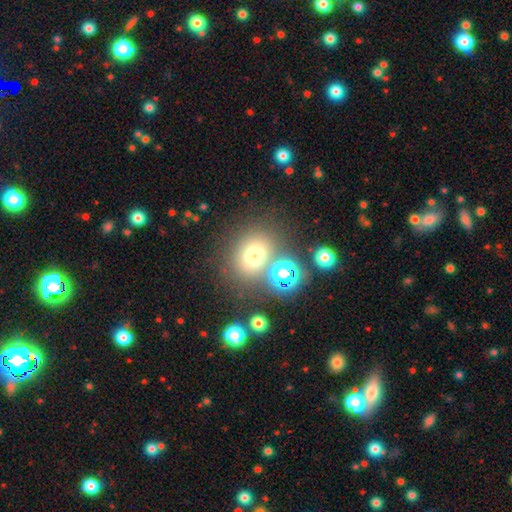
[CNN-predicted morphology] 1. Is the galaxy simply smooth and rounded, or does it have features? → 65% smooth, 24% star or artifact, 11% featured or disk.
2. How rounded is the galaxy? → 65% round, 34% in between, 1% cigar-shaped.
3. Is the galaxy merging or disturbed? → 67% none, 17% merger, 11% minor disturbance, 5% major disturbance.